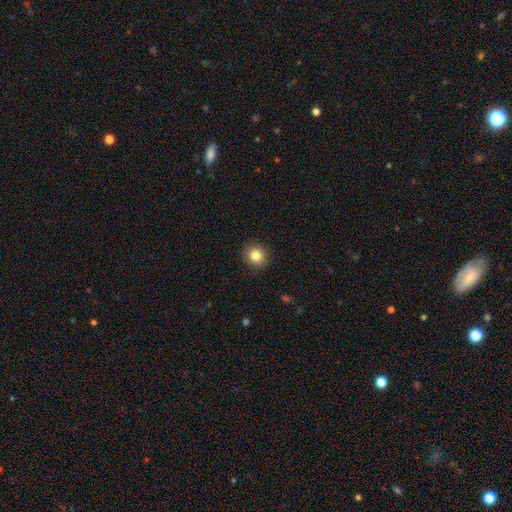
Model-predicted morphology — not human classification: Smooth or featured? smooth (83%)
How rounded? round (90%)
Merging? none (91%)